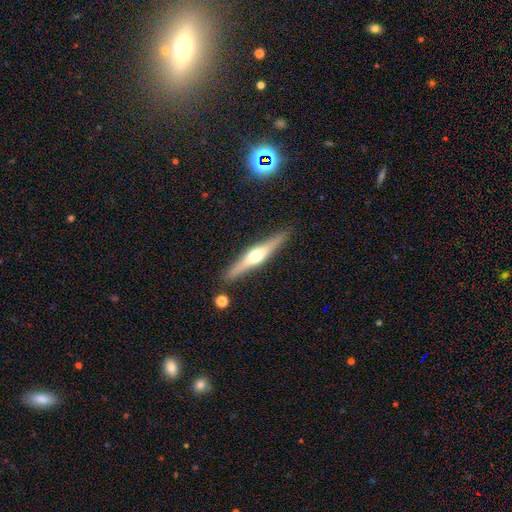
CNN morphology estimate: Smooth or featured: featured or disk — 71% (smooth — 23%)
Edge-on disk: yes — 97% (no — 3%)
Edge-on bulge: rounded — 93% (boxy — 4%)
Merging: none — 89% (minor disturbance — 7%)